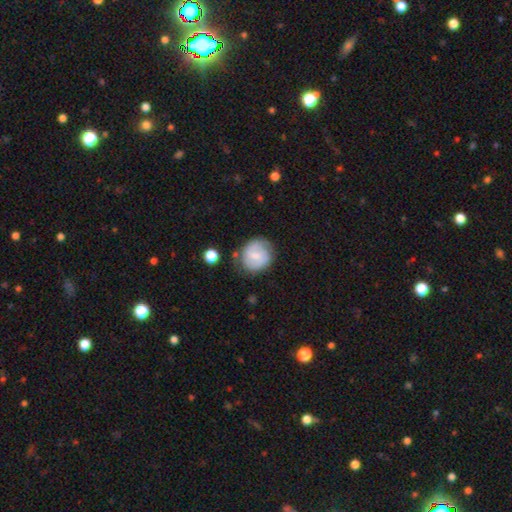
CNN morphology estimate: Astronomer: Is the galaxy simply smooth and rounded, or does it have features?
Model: featured or disk — 55% (runner-up: smooth, 38%).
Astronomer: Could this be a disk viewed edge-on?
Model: no — 98%.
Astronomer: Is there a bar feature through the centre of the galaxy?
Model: weak — 54% (runner-up: no, 33%).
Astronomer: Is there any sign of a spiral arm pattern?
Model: yes — 85%.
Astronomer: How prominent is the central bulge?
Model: small — 54% (runner-up: moderate, 31%).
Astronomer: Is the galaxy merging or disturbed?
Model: none — 72%.